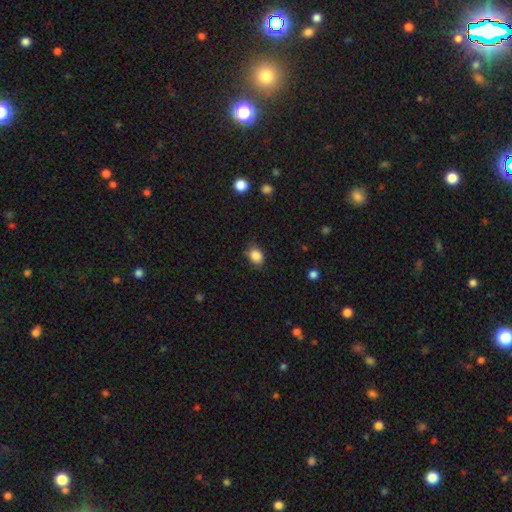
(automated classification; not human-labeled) This appears to be a smooth galaxy with no disk features (86%) that is in between round and cigar-shaped (55%). Merging: none (77%).